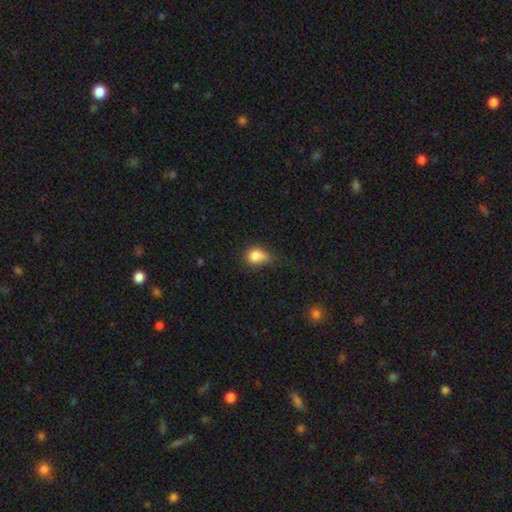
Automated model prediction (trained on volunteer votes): The model was most divided on "merging": minor disturbance: 39%, none: 37%, major disturbance: 17%, merger: 7%. More confident: smooth or featured — smooth (82%); how rounded — in between (55%).